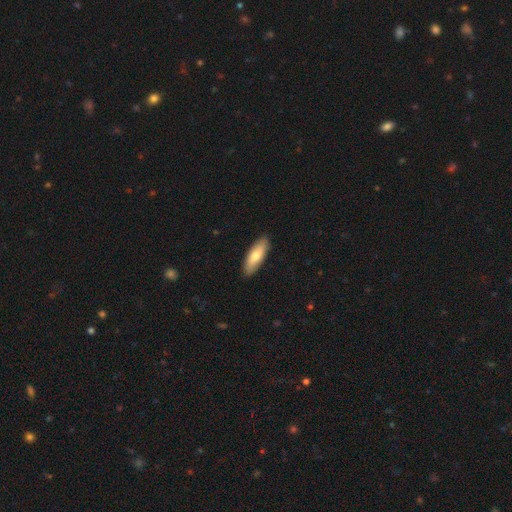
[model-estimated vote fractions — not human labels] Q: Smooth or featured?
A: smooth (75%); runner-up: featured or disk (20%)
Q: How rounded?
A: in between (65%); runner-up: cigar-shaped (33%)
Q: Merging?
A: none (89%); runner-up: minor disturbance (8%)